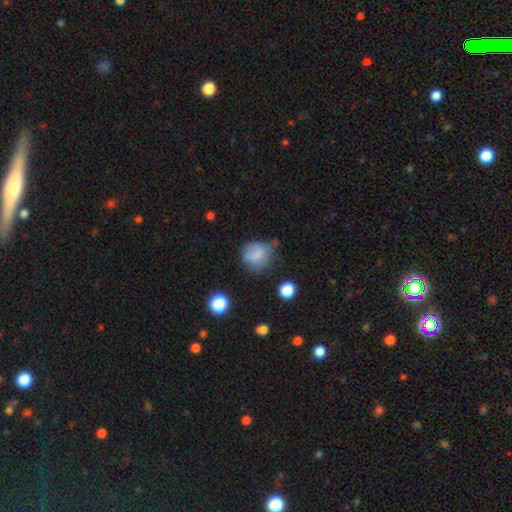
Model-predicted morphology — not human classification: Smooth or featured?
  - smooth: 76% *
  - featured or disk: 13%
  - star or artifact: 11%
How rounded?
  - round: 76% *
  - in between: 23%
  - cigar-shaped: 1%
Merging?
  - none: 50% *
  - minor disturbance: 32%
  - major disturbance: 13%
  - merger: 5%